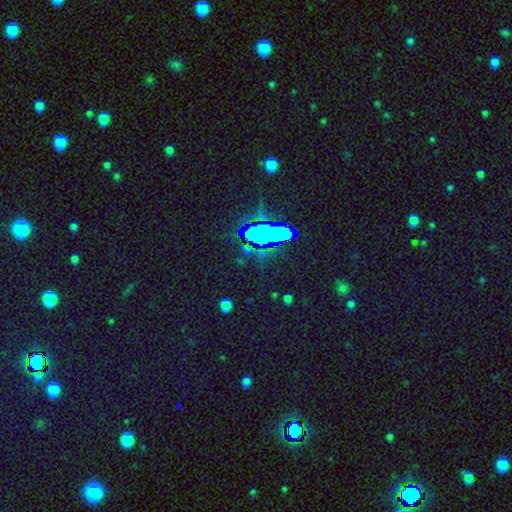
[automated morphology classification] Smooth or featured: star or artifact — 78% (smooth — 14%)